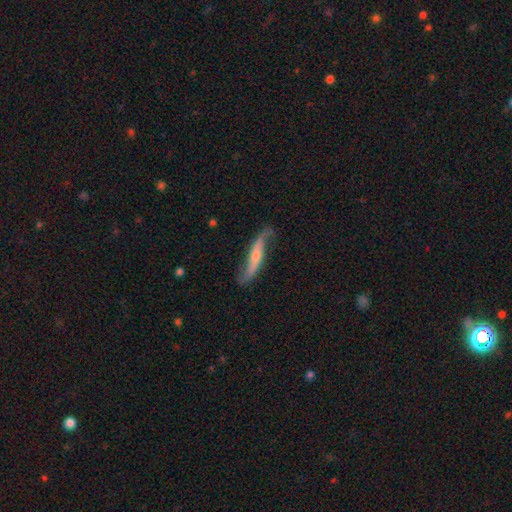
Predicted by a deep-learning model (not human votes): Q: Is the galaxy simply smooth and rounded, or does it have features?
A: featured or disk — 79%.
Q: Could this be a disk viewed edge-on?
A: no — 66%.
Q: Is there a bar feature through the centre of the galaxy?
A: no — 45%.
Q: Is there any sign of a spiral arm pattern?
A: yes — 94%.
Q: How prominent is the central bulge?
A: small — 51%.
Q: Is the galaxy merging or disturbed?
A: none — 72%.